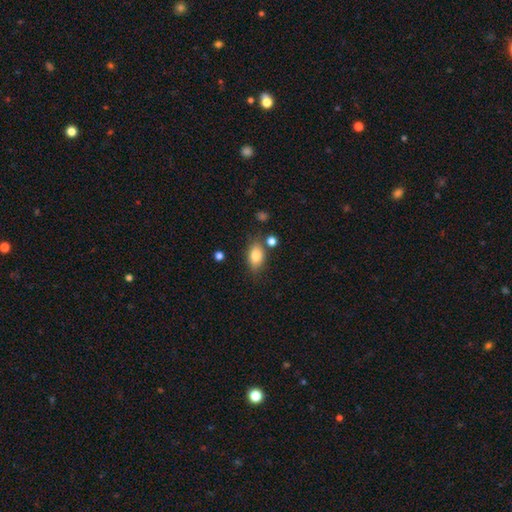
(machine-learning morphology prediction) Smooth or featured? Predicted: smooth (p=0.82). How rounded? Predicted: in between (p=0.85). Merging? Predicted: none (p=0.74).